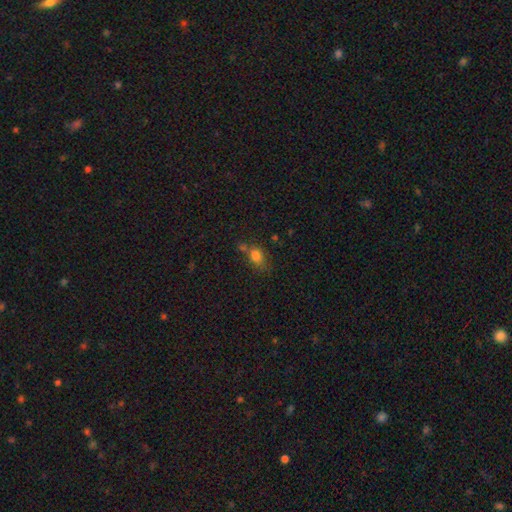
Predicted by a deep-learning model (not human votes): This is likely a smooth galaxy (78%). How rounded: likely in between (60%). Merging: possibly none (49%).